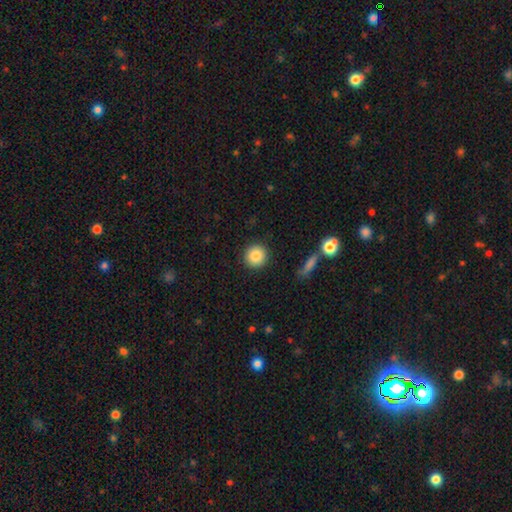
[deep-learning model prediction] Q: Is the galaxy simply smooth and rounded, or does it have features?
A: smooth — 86%.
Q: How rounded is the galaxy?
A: round — 94%.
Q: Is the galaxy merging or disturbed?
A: none — 91%.